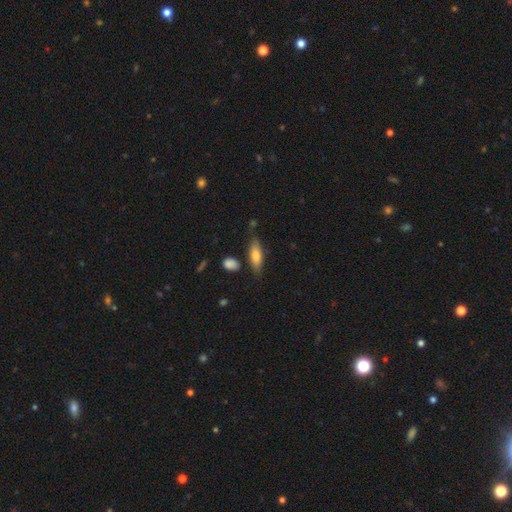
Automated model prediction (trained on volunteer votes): A smooth galaxy with no disk features (73%) that is in between round and cigar-shaped (56%).

Vote fractions:
- Smooth or featured? smooth: 73% / featured or disk: 21% / star or artifact: 6%
- How rounded? in between: 56% / cigar-shaped: 41% / round: 2%
- Merging? none: 73% / minor disturbance: 18% / merger: 5% / major disturbance: 4%